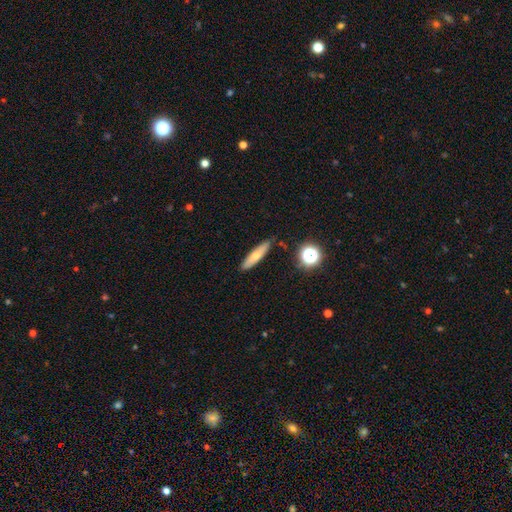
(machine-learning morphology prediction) This appears to be a smooth galaxy with no disk features (63%) that is cigar-shaped (79%). Merging: none (85%).